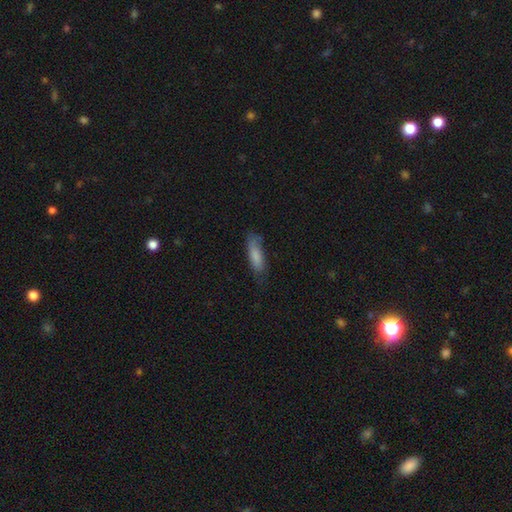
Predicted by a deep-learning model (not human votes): This appears to be a smooth galaxy with no disk features (80%) that is cigar-shaped (52%). Merging: none (65%).